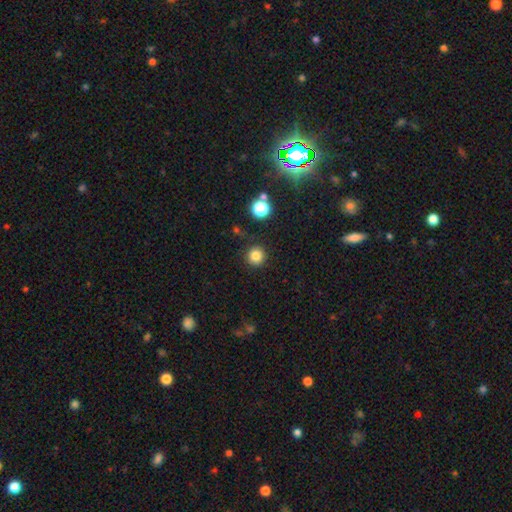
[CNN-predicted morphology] This appears to be a smooth galaxy with no disk features (81%) that is round (94%). Merging: none (88%).